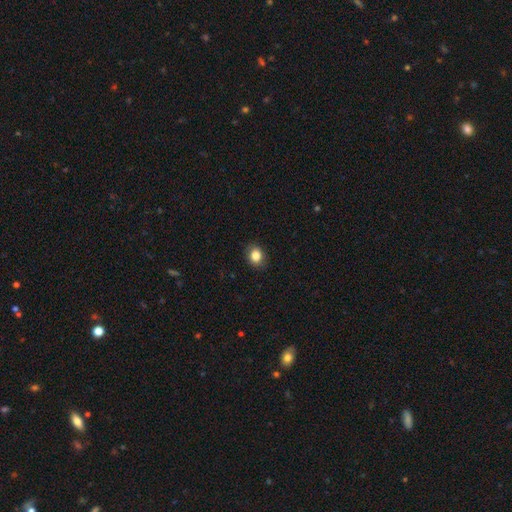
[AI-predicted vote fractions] Smooth or featured? smooth (84%)
How rounded? round (53%)
Merging? none (88%)